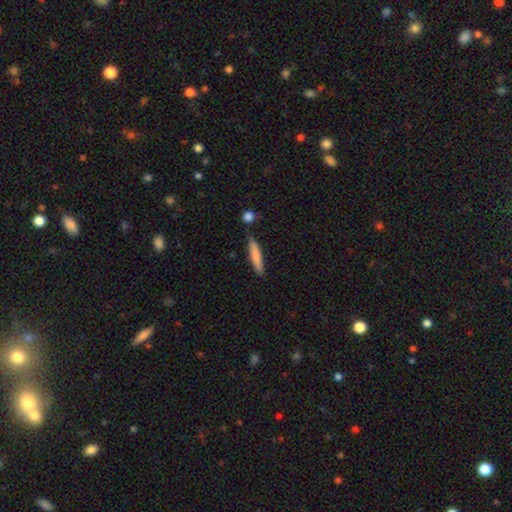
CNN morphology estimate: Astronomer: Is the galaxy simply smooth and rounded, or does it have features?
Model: smooth — 76%.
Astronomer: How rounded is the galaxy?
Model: cigar-shaped — 88%.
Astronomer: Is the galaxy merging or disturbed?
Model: none — 76%.